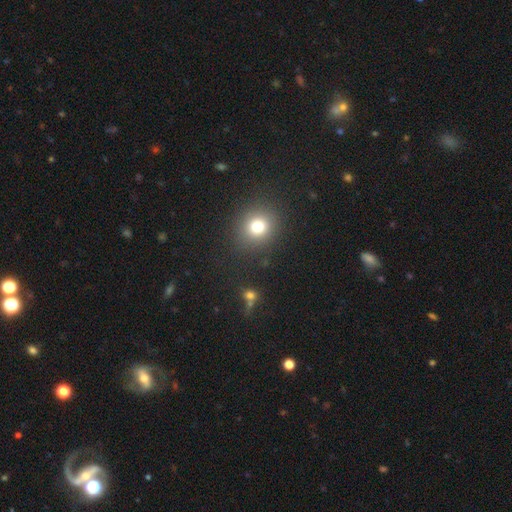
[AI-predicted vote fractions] smooth_or_featured: smooth (p=0.66) [alt: star or artifact p=0.28]
how_rounded: round (p=0.83) [alt: in between p=0.16]
merging: none (p=0.90) [alt: minor disturbance p=0.06]